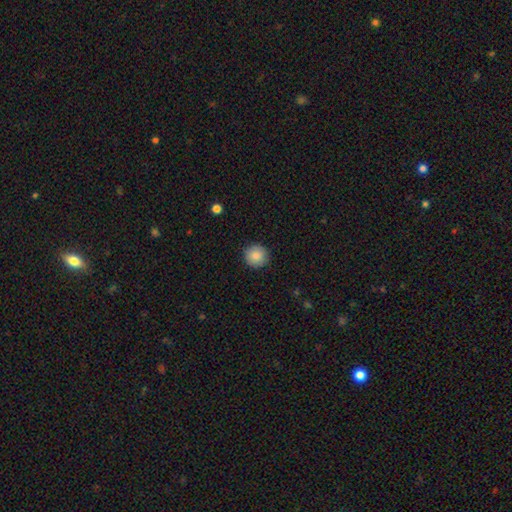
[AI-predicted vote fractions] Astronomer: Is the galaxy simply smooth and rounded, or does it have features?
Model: smooth — 86%.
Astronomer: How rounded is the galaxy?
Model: round — 95%.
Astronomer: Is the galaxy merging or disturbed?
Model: none — 91%.